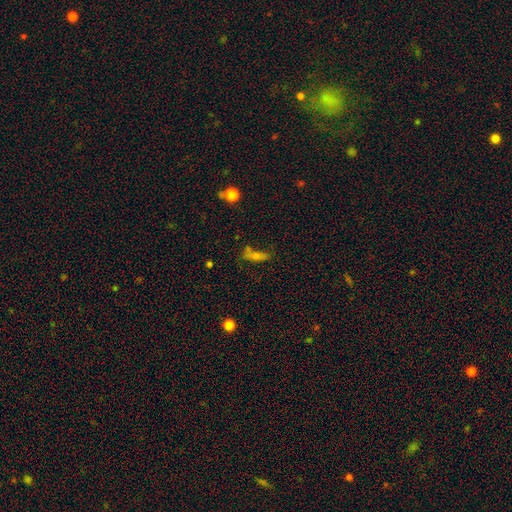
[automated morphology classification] smooth_or_featured: smooth (p=0.64) [alt: featured or disk p=0.20]
how_rounded: in between (p=0.55) [alt: cigar-shaped p=0.39]
merging: none (p=0.46) [alt: minor disturbance p=0.21]